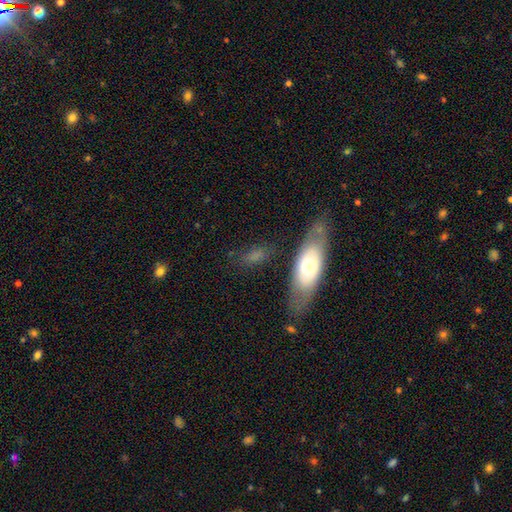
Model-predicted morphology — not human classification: Q: Smooth or featured?
A: smooth (56%); runner-up: featured or disk (34%)
Q: How rounded?
A: in between (59%); runner-up: cigar-shaped (33%)
Q: Merging?
A: none (64%); runner-up: minor disturbance (18%)